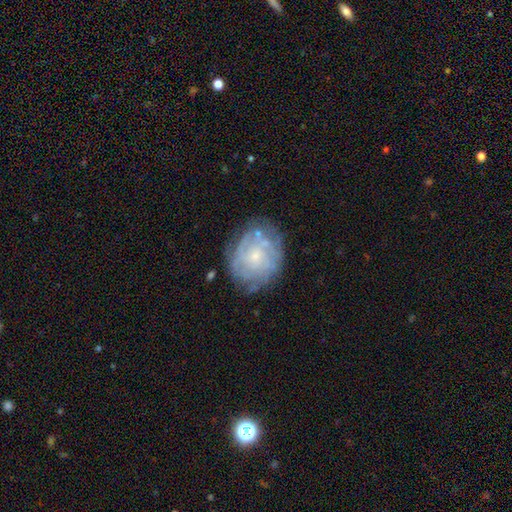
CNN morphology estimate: type=featured or disk (68%); edge-on=no (97%); bar=no (80%); spiral arms=yes (72%); bulge=small (72%); merging=none (69%).